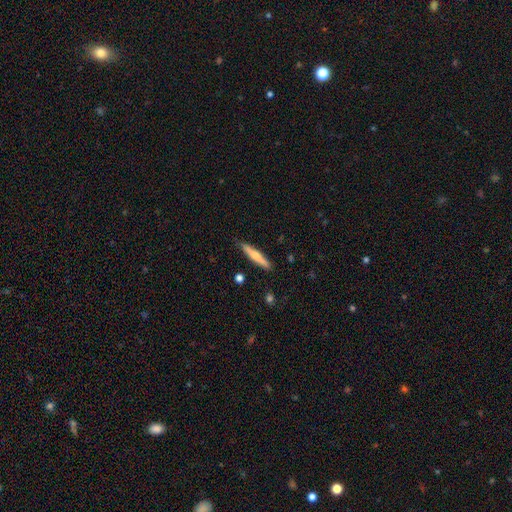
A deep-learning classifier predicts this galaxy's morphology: smooth_or_featured: smooth (p=0.53) [alt: featured or disk p=0.41]
how_rounded: cigar-shaped (p=0.90) [alt: in between p=0.08]
merging: none (p=0.87) [alt: minor disturbance p=0.10]